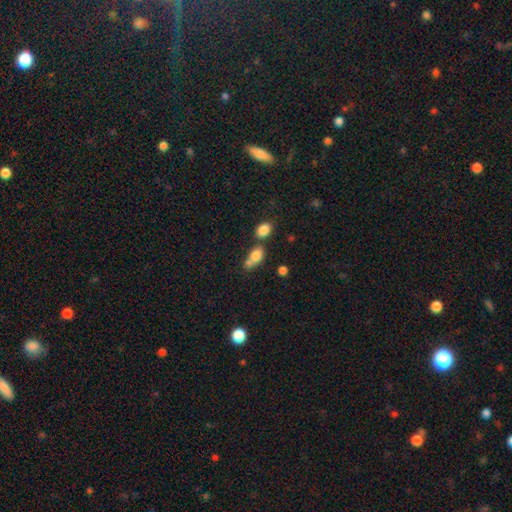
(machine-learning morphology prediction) Smooth or featured? smooth (78%)
How rounded? in between (72%)
Merging? merger (47%)